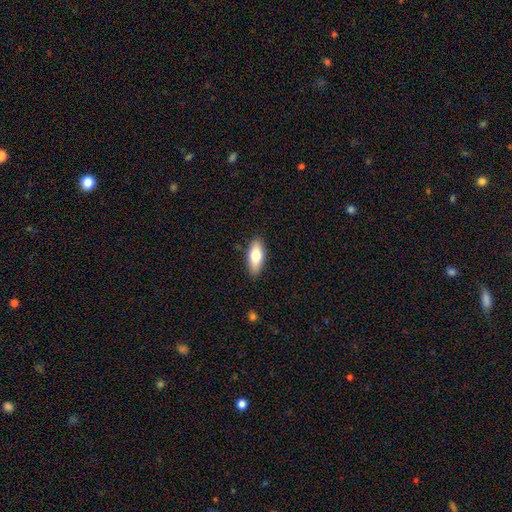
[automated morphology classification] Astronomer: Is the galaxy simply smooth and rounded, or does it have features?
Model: smooth — 73%.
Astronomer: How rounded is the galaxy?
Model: in between — 77%.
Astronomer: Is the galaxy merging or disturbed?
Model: none — 88%.